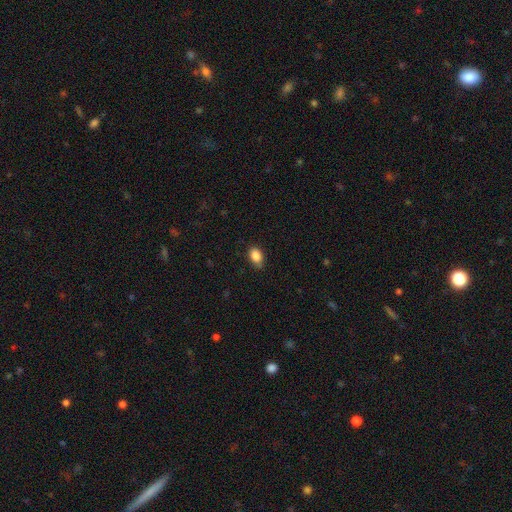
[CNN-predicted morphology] type=smooth (87%); roundness=in between (80%); merging=none (75%).